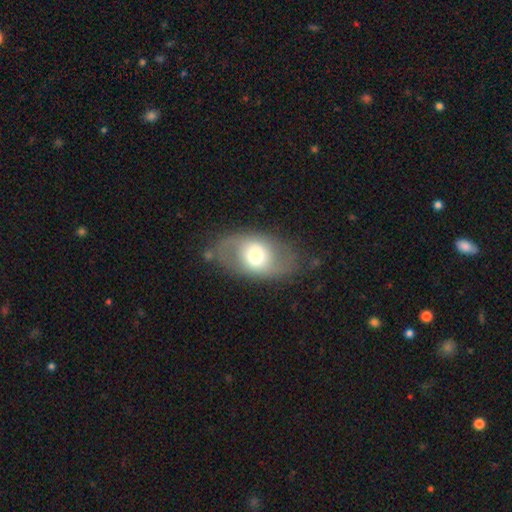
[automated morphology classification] The model was most divided on "smooth or featured": smooth: 50%, featured or disk: 42%, star or artifact: 8%. More confident: how rounded — in between (82%); merging — none (73%).